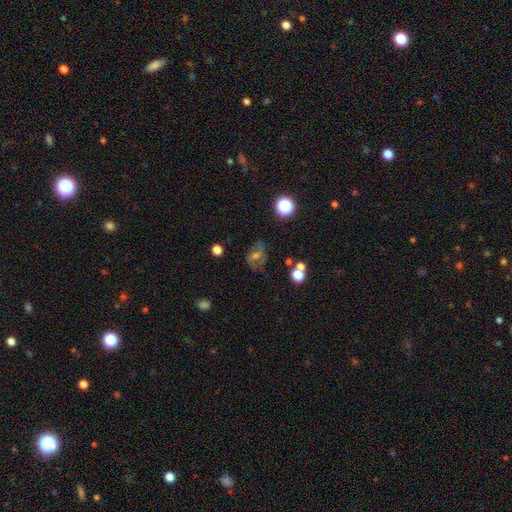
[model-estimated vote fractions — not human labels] Overall: featured or disk (49%; smooth 30%). Merging: none (64%).